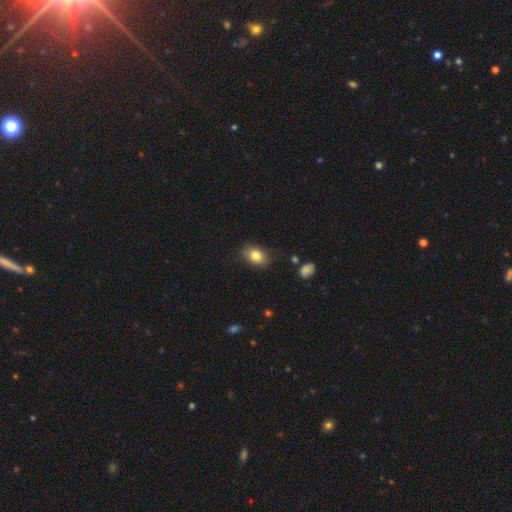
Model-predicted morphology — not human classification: A smooth galaxy with no disk features (82%) that is in between round and cigar-shaped (73%). Merging: none (80%).